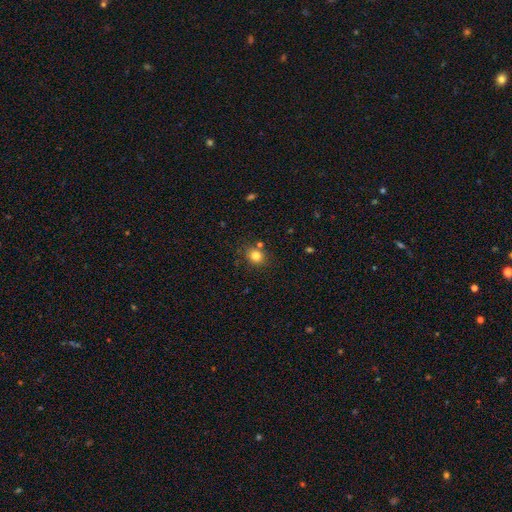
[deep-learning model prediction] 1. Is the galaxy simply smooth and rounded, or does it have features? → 81% smooth, 13% star or artifact, 7% featured or disk.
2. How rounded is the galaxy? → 70% round, 29% in between, 1% cigar-shaped.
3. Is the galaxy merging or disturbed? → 78% none, 11% minor disturbance, 7% merger, 3% major disturbance.